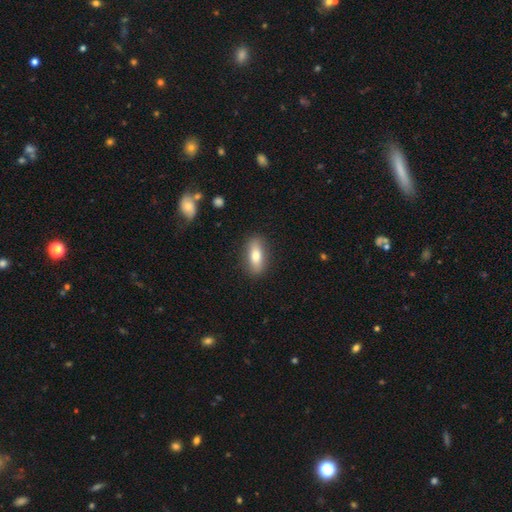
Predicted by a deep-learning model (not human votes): Morphology: type=smooth (75%); roundness=in between (74%); merging=none (87%).